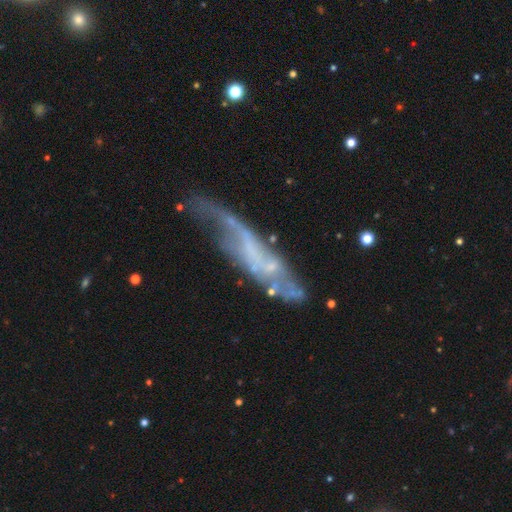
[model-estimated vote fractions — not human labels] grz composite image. It shows a featured or disk galaxy (69%). Merging: none (42%).